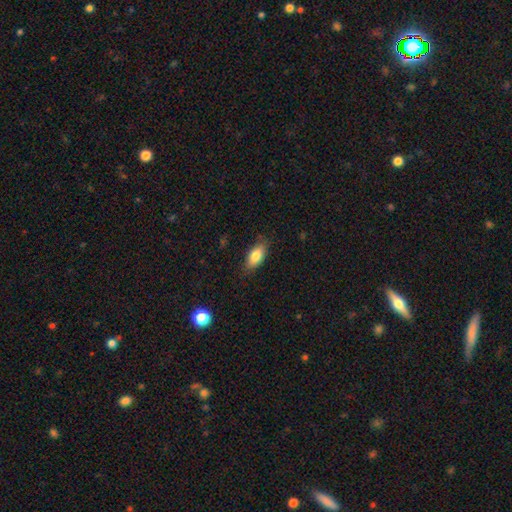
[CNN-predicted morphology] Smooth or featured? Predicted: smooth (p=0.81). How rounded? Predicted: in between (p=0.86). Merging? Predicted: none (p=0.82).